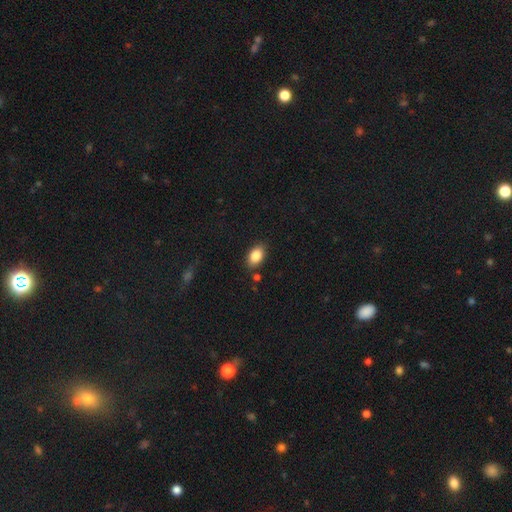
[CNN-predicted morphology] A smooth galaxy with no disk features (85%) that is in between round and cigar-shaped (88%). Merging: none (81%).